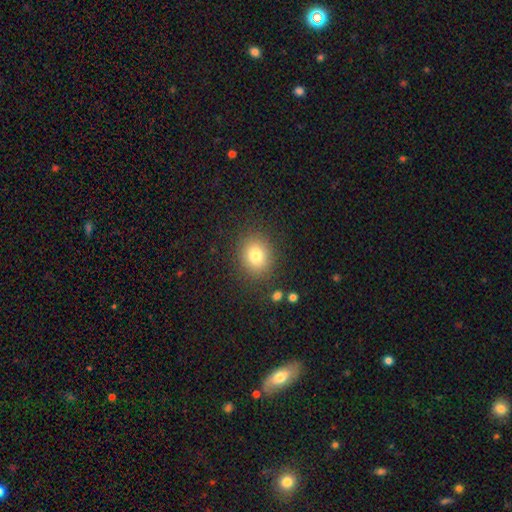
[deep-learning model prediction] The model was most divided on "how rounded": round: 73%, in between: 26%, cigar-shaped: 1%. More confident: merging — none (86%); smooth or featured — smooth (79%).